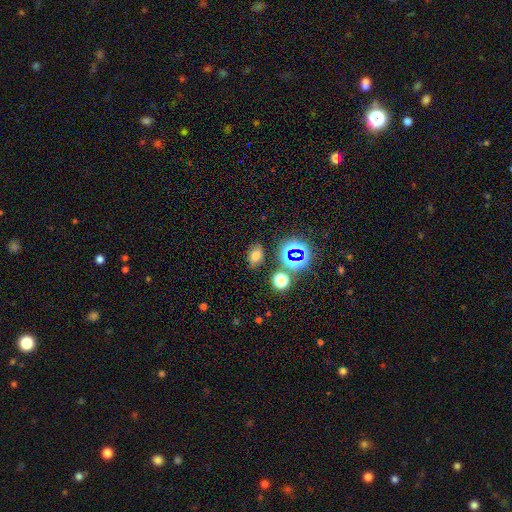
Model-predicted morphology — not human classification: Smooth or featured? Predicted: smooth (p=0.65). How rounded? Predicted: in between (p=0.76). Merging? Predicted: none (p=0.81).